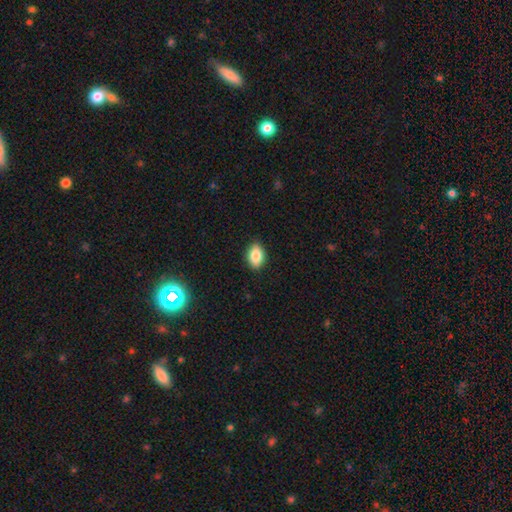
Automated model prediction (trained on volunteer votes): The model was most divided on "how rounded": in between: 85%, round: 13%, cigar-shaped: 2%. More confident: merging — none (88%); smooth or featured — smooth (83%).